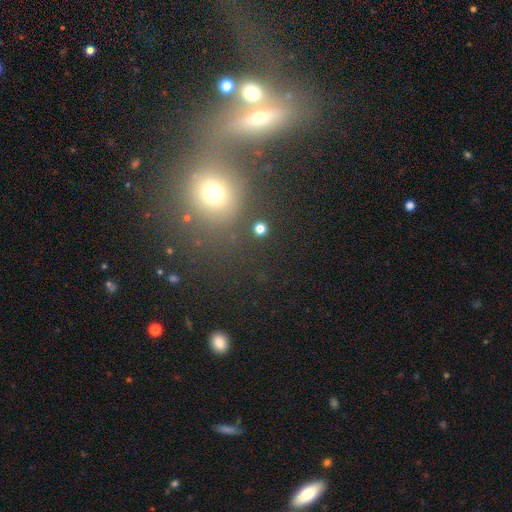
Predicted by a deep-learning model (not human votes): Smooth or featured? smooth (51%)
How rounded? round (71%)
Merging? none (43%)